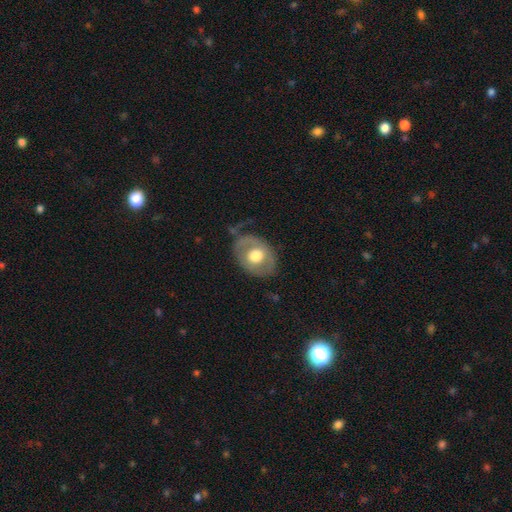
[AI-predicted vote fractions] The model was most divided on "smooth or featured": smooth: 50%, featured or disk: 44%, star or artifact: 6%. More confident: merging — none (60%).